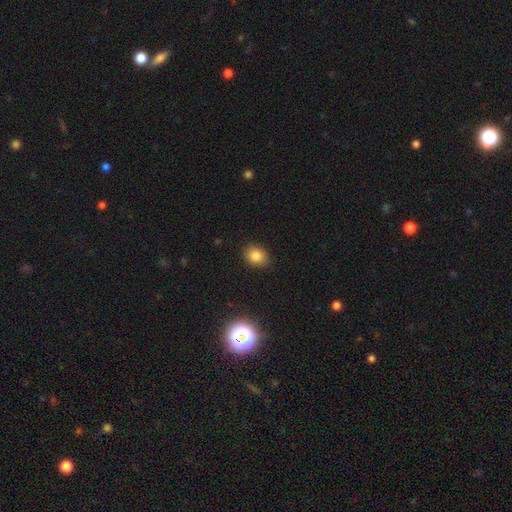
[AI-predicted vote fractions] smooth_or_featured: smooth (p=0.83) [alt: star or artifact p=0.11]
how_rounded: in between (p=0.60) [alt: round p=0.39]
merging: none (p=0.86) [alt: minor disturbance p=0.10]